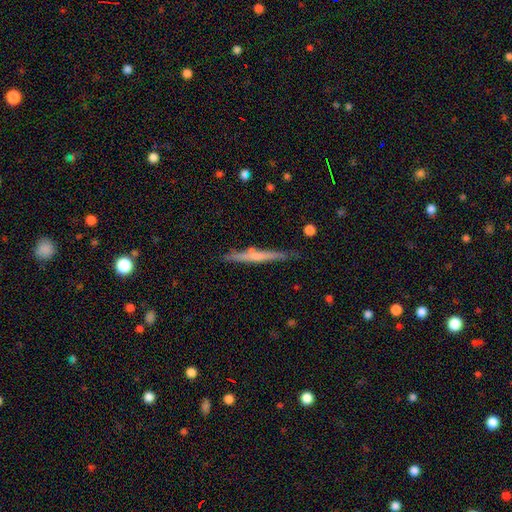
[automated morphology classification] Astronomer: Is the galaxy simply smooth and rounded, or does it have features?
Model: featured or disk — 49% (runner-up: smooth, 45%).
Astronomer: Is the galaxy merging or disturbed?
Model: none — 83%.